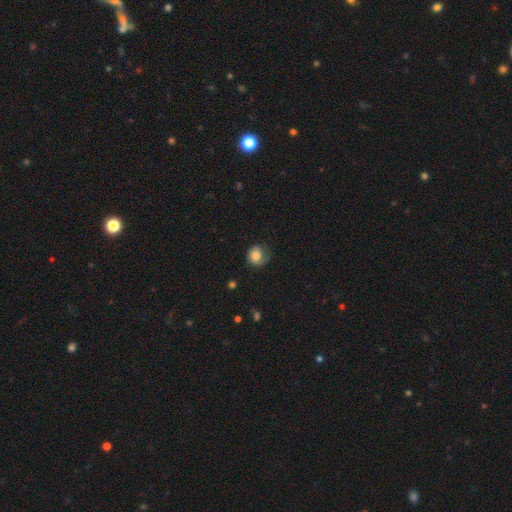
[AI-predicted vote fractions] Smooth or featured: smooth — 72% (featured or disk — 20%)
How rounded: round — 71% (in between — 28%)
Merging: none — 49% (minor disturbance — 30%)